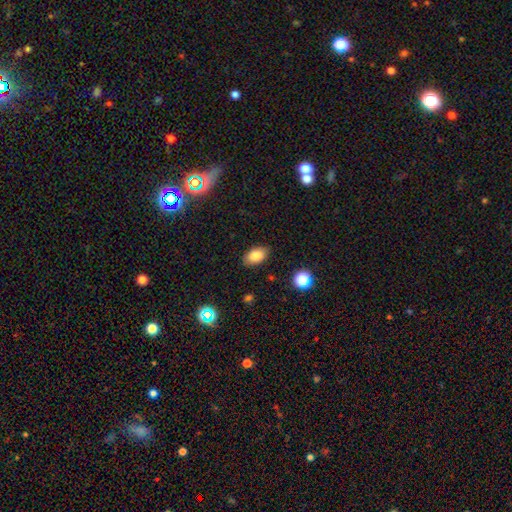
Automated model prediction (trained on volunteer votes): The model was most divided on "merging": none: 85%, minor disturbance: 11%, major disturbance: 3%, merger: 1%. More confident: how rounded — in between (91%); smooth or featured — smooth (84%).